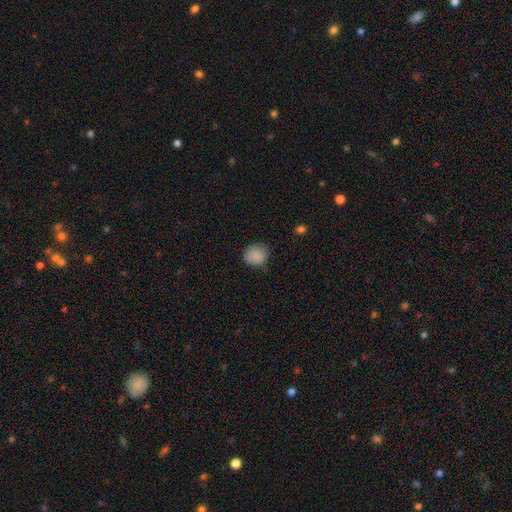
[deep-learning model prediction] The model was most divided on "how rounded": round: 73%, in between: 26%, cigar-shaped: 1%. More confident: smooth or featured — smooth (86%); merging — none (71%).